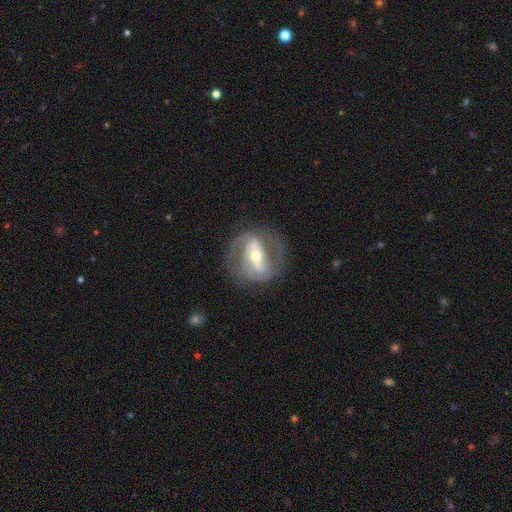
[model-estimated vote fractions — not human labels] Smooth or featured: featured or disk — 85% (smooth — 10%)
Edge-on disk: no — 95% (yes — 5%)
Bar: strong — 62% (weak — 26%)
Spiral arms: yes — 88% (no — 12%)
Spiral winding: medium — 47% (tight — 37%)
Spiral arm count: 2 — 83% (can't tell — 8%)
Bulge size: moderate — 55% (small — 39%)
Merging: none — 77% (minor disturbance — 13%)